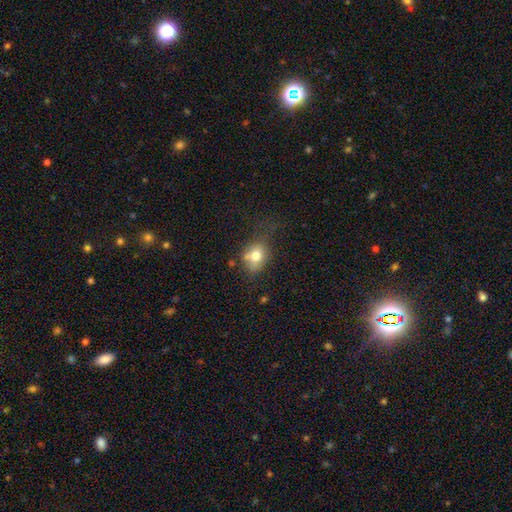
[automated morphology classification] type=smooth (74%); roundness=in between (57%); merging=none (49%).